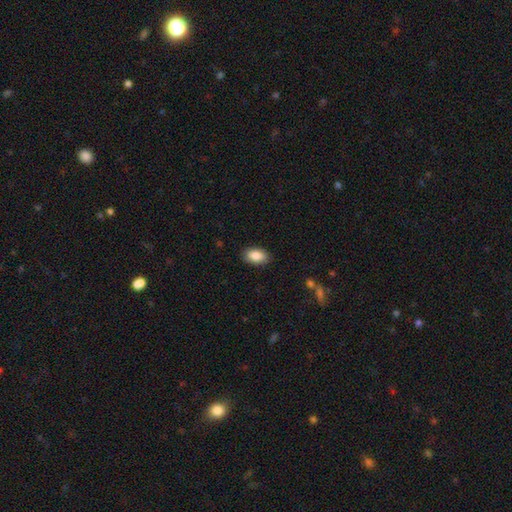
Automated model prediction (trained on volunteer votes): smooth_or_featured: smooth (p=0.87) [alt: star or artifact p=0.07]
how_rounded: in between (p=0.93) [alt: round p=0.05]
merging: none (p=0.88) [alt: minor disturbance p=0.09]